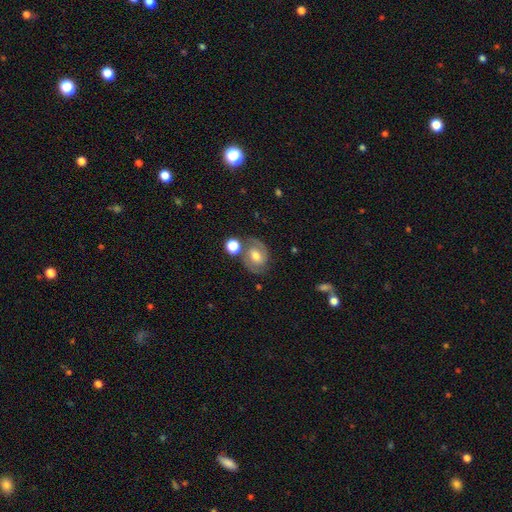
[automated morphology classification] smooth_or_featured: featured or disk (p=0.70) [alt: smooth p=0.21]
disk_edge_on: no (p=0.97) [alt: yes p=0.03]
bar: weak (p=0.44) [alt: no p=0.40]
has_spiral_arms: yes (p=0.90) [alt: no p=0.10]
spiral_winding: medium (p=0.50) [alt: tight p=0.37]
spiral_arm_count: 2 (p=0.88) [alt: can't tell p=0.06]
bulge_size: moderate (p=0.70) [alt: small p=0.17]
merging: none (p=0.69) [alt: minor disturbance p=0.14]